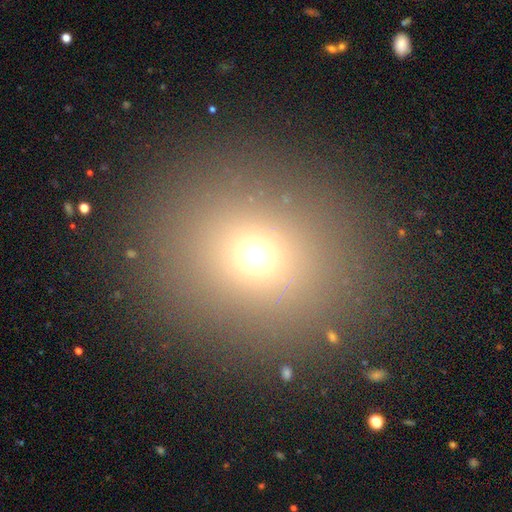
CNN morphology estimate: The model was most divided on "smooth or featured": smooth: 66%, star or artifact: 25%, featured or disk: 9%. More confident: merging — none (88%); how rounded — round (81%).